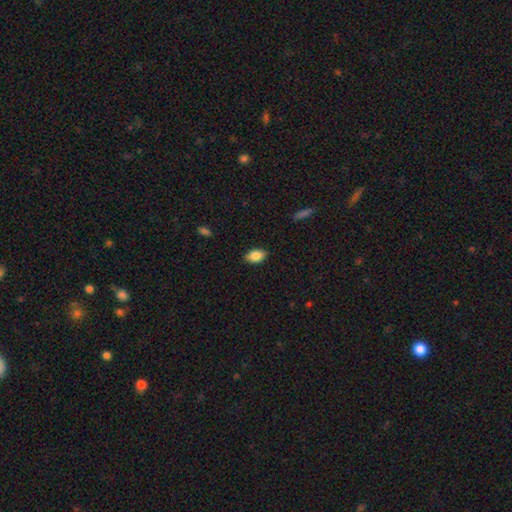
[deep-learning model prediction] Smooth or featured? Predicted: smooth (p=0.86). How rounded? Predicted: in between (p=0.89). Merging? Predicted: none (p=0.86).